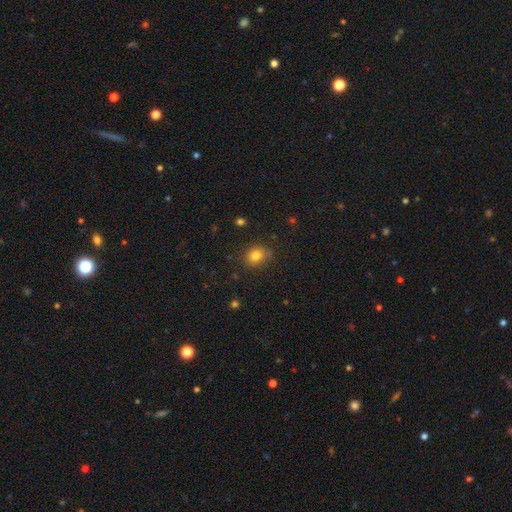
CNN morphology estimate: Smooth or featured: smooth — 81% (star or artifact — 12%)
How rounded: round — 63% (in between — 37%)
Merging: none — 78% (minor disturbance — 16%)